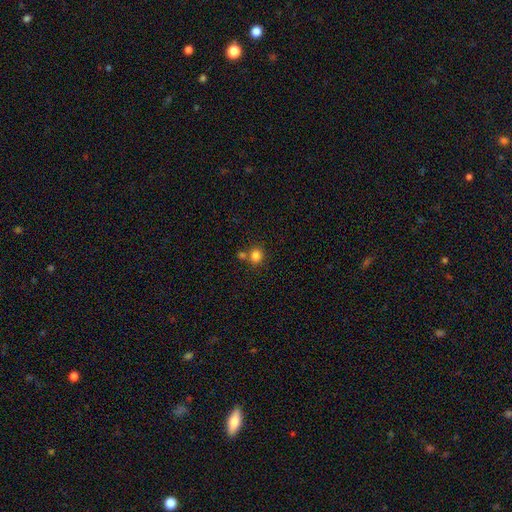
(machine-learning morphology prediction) type=smooth (83%); roundness=round (77%); merging=none (64%).